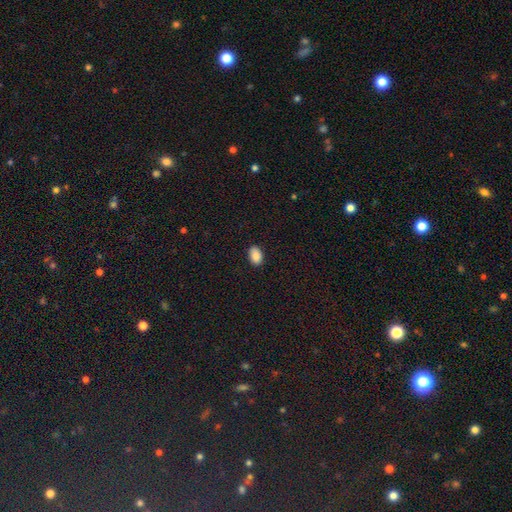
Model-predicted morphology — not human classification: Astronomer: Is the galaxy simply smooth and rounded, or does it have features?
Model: smooth — 88%.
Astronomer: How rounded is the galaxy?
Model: in between — 88%.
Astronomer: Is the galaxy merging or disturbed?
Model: none — 86%.